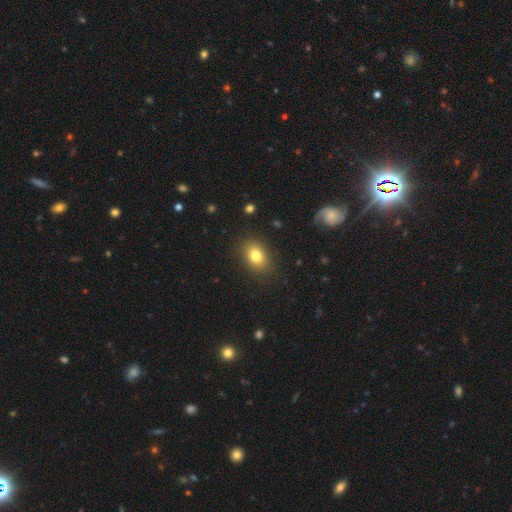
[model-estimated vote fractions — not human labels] Smooth or featured?
  - smooth: 80% *
  - star or artifact: 10%
  - featured or disk: 10%
How rounded?
  - in between: 74% *
  - round: 25%
  - cigar-shaped: 1%
Merging?
  - none: 86% *
  - minor disturbance: 10%
  - major disturbance: 3%
  - merger: 1%